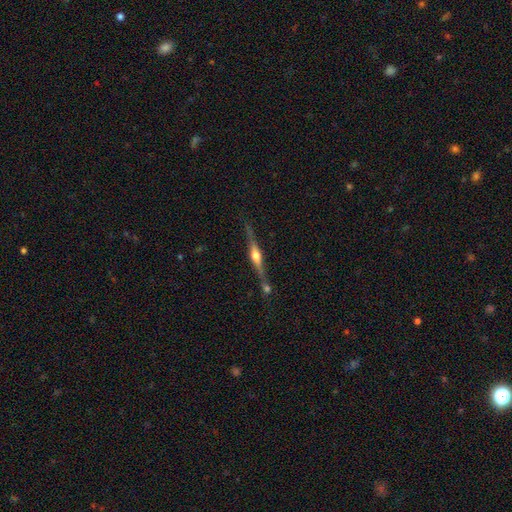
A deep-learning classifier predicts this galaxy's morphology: This appears to be a featured or disk galaxy (79%) viewed edge-on (97%) with a rounded central bulge (88%). Merging: none (73%).